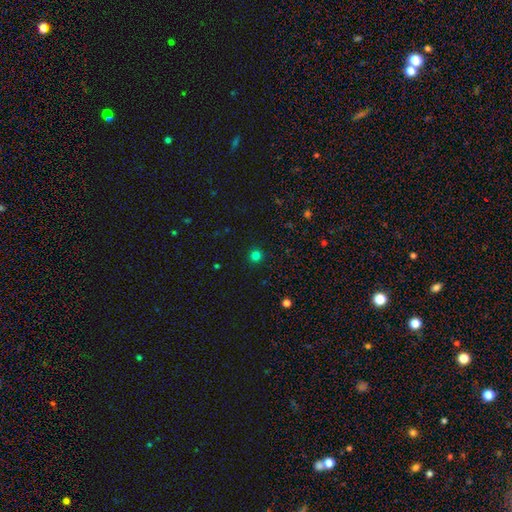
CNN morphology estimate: type=smooth (80%); roundness=round (96%); merging=none (93%).